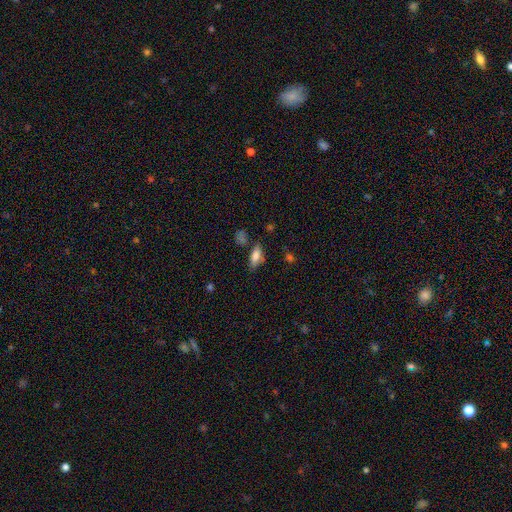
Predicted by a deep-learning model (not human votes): Smooth or featured? Predicted: smooth (p=0.77). How rounded? Predicted: in between (p=0.78). Merging? Predicted: none (p=0.67).